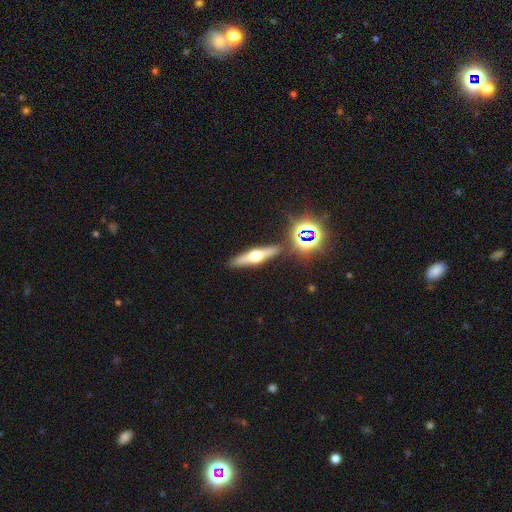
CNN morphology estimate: This appears to be a featured or disk galaxy (57%) viewed edge-on (93%) with a rounded central bulge (94%). Merging: none (86%).